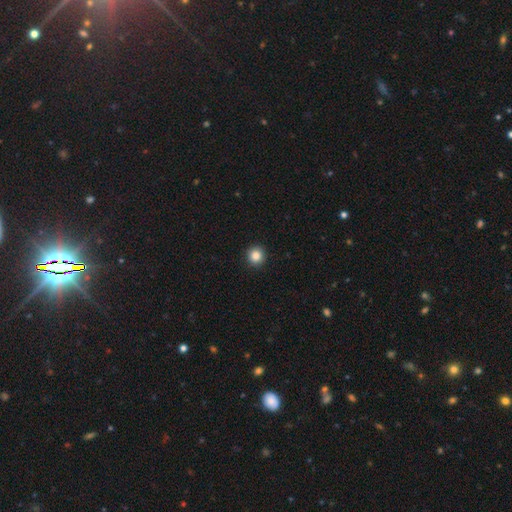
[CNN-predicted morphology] smooth 86%, star or artifact 10%, featured or disk 4%. Down the decision tree: how rounded — round (95%); merging — none (93%).